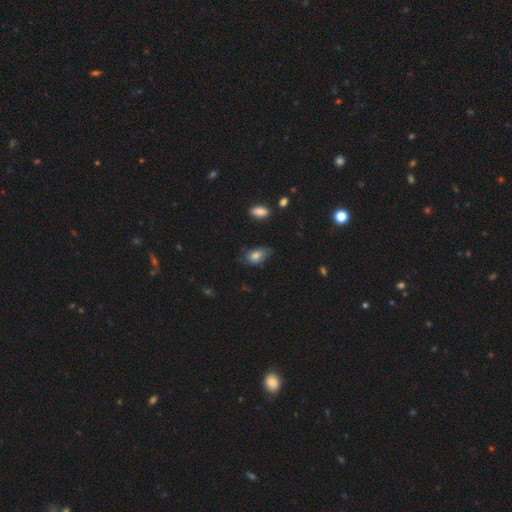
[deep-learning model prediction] This appears to be a smooth galaxy with no disk features (78%) that is in between round and cigar-shaped (89%). Merging: none (55%).